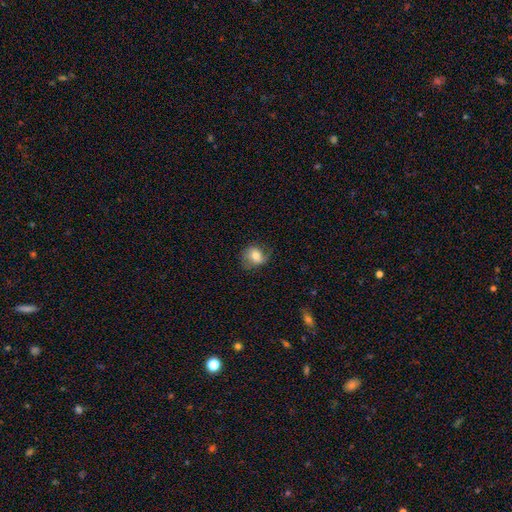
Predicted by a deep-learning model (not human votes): This appears to be a smooth galaxy with no disk features (65%) that is round (60%). Merging: none (67%).